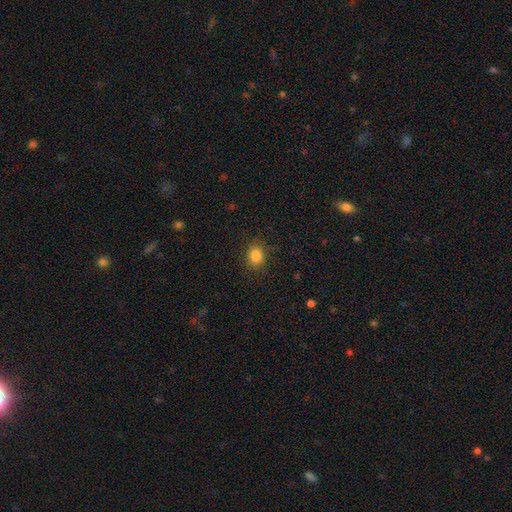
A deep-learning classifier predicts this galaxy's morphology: Smooth or featured? Predicted: smooth (p=0.84). How rounded? Predicted: round (p=0.70). Merging? Predicted: none (p=0.86).